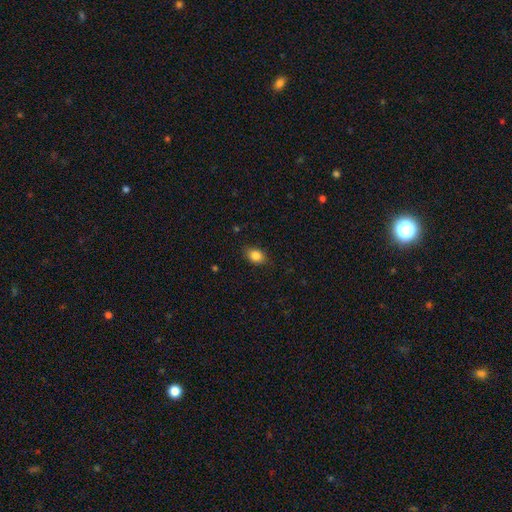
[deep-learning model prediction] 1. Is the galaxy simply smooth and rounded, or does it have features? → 85% smooth, 9% star or artifact, 6% featured or disk.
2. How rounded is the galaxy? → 75% in between, 24% round, 1% cigar-shaped.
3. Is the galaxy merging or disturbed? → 86% none, 10% minor disturbance, 2% major disturbance, 1% merger.